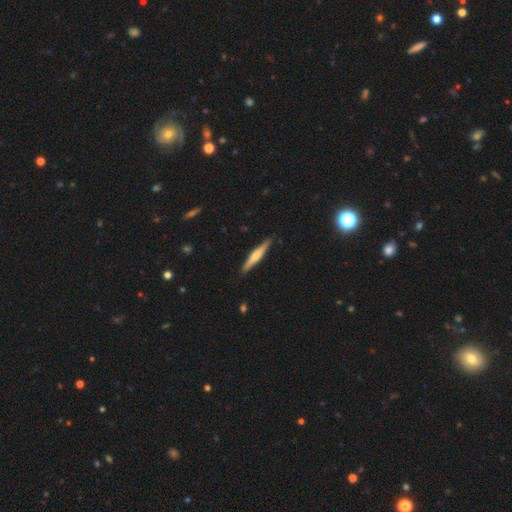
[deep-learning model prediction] Morphology: type=featured or disk (56%); edge-on=yes (98%); edge-on bulge=rounded (67%); merging=none (90%).